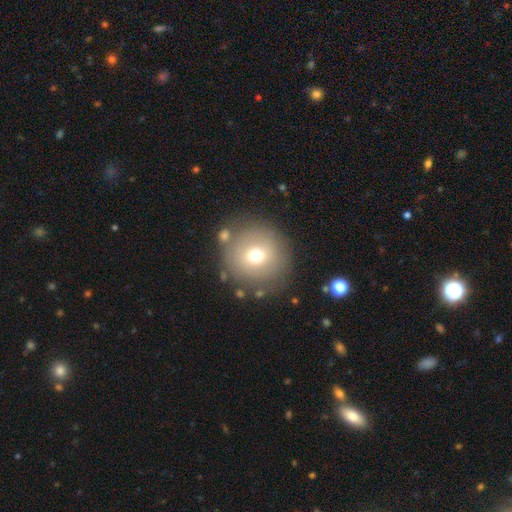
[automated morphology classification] smooth-or-featured: smooth: 68% | featured or disk: 20% | star or artifact: 12%
  how-rounded: round: 94% | in between: 5% | cigar-shaped: 1%
  merging: none: 81% | minor disturbance: 10% | major disturbance: 5% | merger: 4%